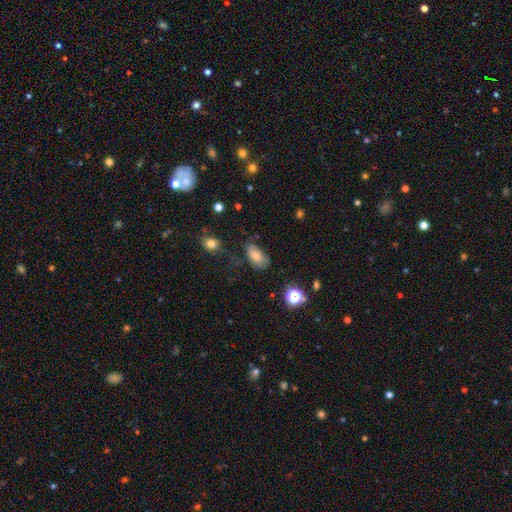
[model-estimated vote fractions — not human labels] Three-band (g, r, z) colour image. It shows a smooth galaxy with no disk features (67%) that is in between round and cigar-shaped (90%). Merging: none (54%).